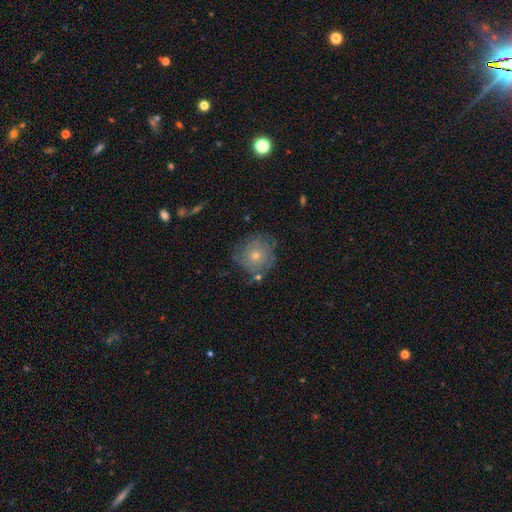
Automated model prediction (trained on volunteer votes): Smooth or featured: smooth — 43% (featured or disk — 42%)
Merging: none — 76% (minor disturbance — 15%)